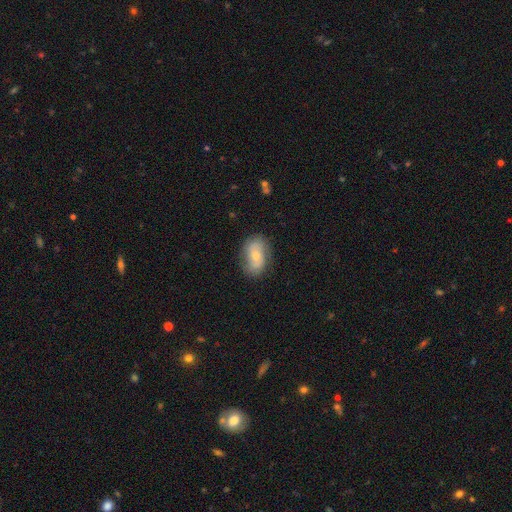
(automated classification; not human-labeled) Smooth or featured: featured or disk — 49% (smooth — 42%)
Merging: none — 78% (minor disturbance — 16%)